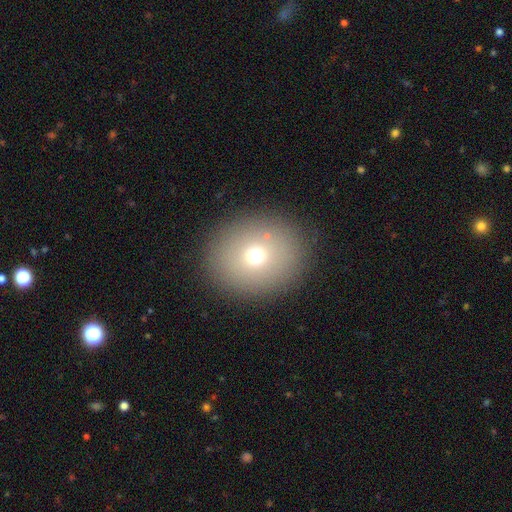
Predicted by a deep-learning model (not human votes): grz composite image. It shows a smooth galaxy with no disk features (69%) that is round (73%). Merging: none (89%).